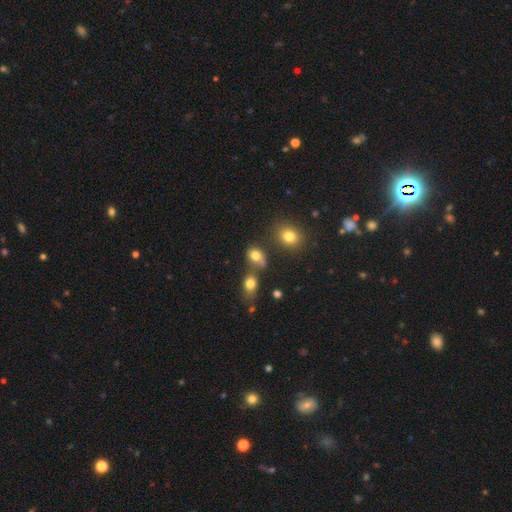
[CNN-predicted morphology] type=smooth (78%); roundness=in between (55%); merging=none (49%).